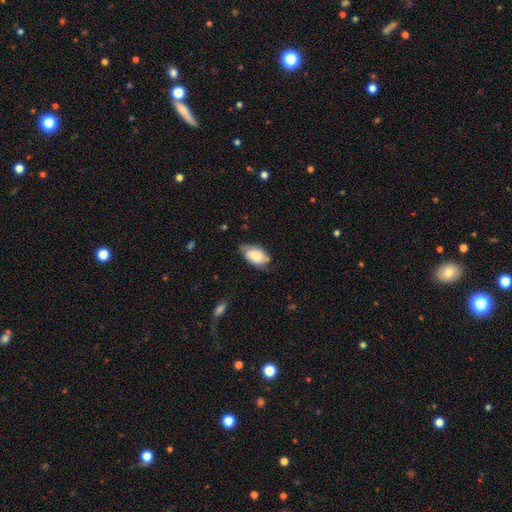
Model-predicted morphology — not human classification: A smooth galaxy with no disk features (79%) that is in between round and cigar-shaped (91%).

Vote fractions:
- Smooth or featured? smooth: 79% / featured or disk: 14% / star or artifact: 7%
- How rounded? in between: 91% / round: 7% / cigar-shaped: 2%
- Merging? none: 58% / minor disturbance: 33% / major disturbance: 7% / merger: 3%